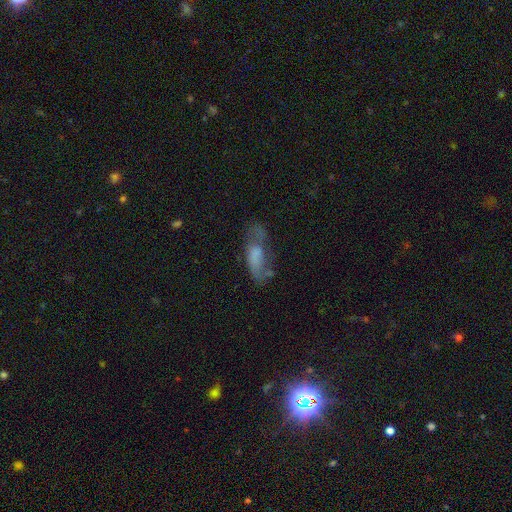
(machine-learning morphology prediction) smooth 49%, featured or disk 41%, star or artifact 10%. Down the decision tree: merging — none (47%).